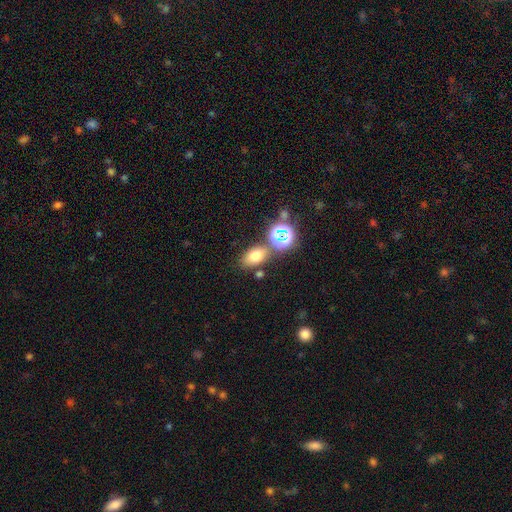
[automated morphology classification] Smooth or featured? Predicted: smooth (p=0.68). How rounded? Predicted: in between (p=0.78). Merging? Predicted: none (p=0.71).